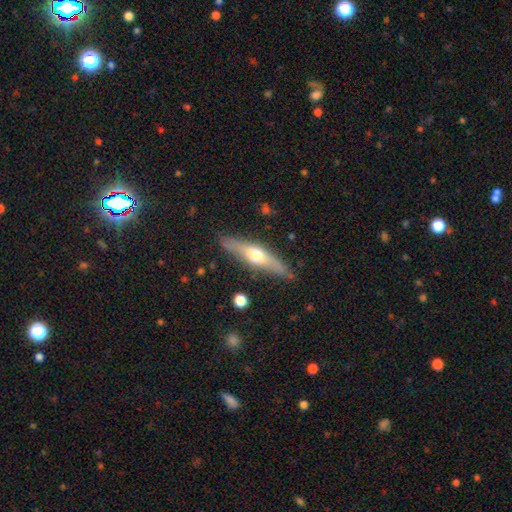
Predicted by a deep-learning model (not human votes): The model was most divided on "smooth or featured": featured or disk: 56%, smooth: 39%, star or artifact: 5%. More confident: edge-on disk — yes (89%); merging — none (85%).